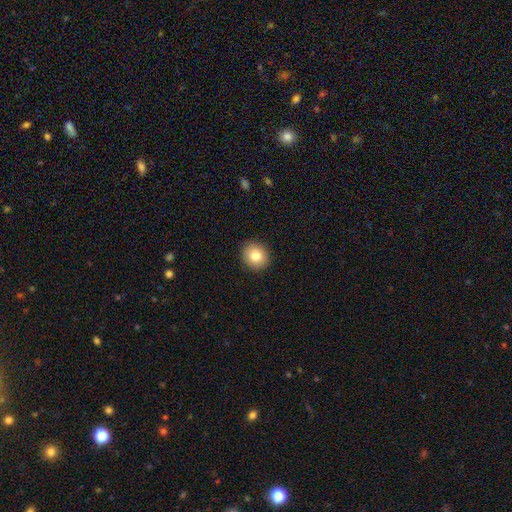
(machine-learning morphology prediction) smooth-or-featured: smooth: 79% | featured or disk: 11% | star or artifact: 10%
  how-rounded: round: 83% | in between: 16% | cigar-shaped: 1%
  merging: none: 91% | minor disturbance: 6% | major disturbance: 2% | merger: 1%